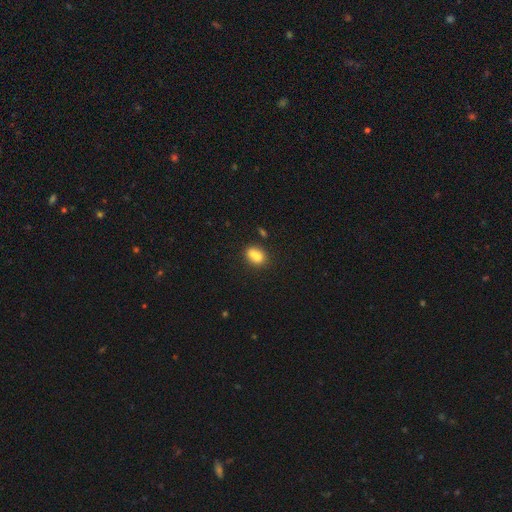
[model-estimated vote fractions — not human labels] Overall: smooth (75%). How rounded: in between (62%; round 35%). Merging: none (43%; merger 39%).